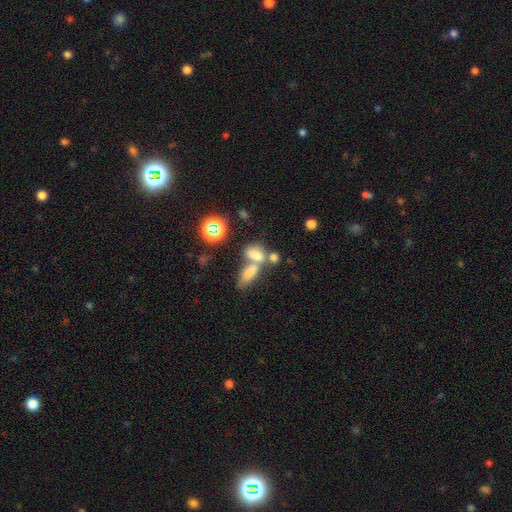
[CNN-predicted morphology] Smooth or featured? smooth (71%)
How rounded? in between (79%)
Merging? merger (62%)